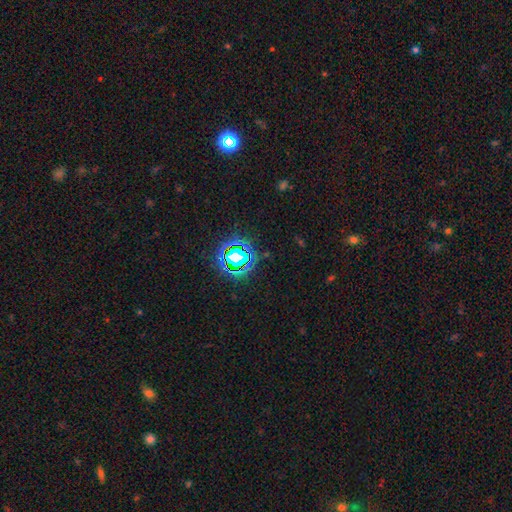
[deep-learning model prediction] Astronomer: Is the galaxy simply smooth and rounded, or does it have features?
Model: star or artifact — 77%.